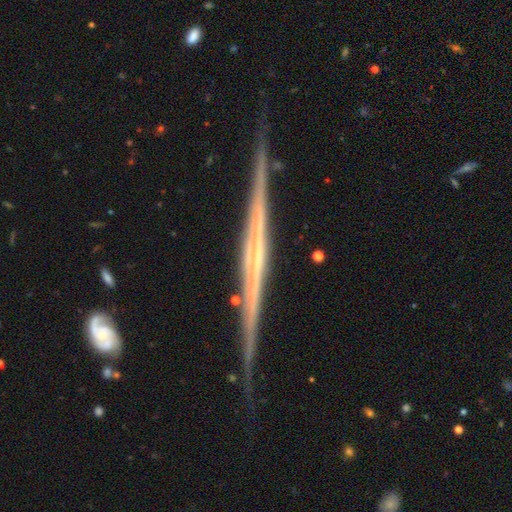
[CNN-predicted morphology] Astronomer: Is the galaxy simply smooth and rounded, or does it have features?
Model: featured or disk — 84%.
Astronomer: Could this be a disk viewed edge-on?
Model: yes — 98%.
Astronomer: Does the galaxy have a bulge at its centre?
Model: none — 58%.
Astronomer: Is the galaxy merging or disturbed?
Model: none — 85%.